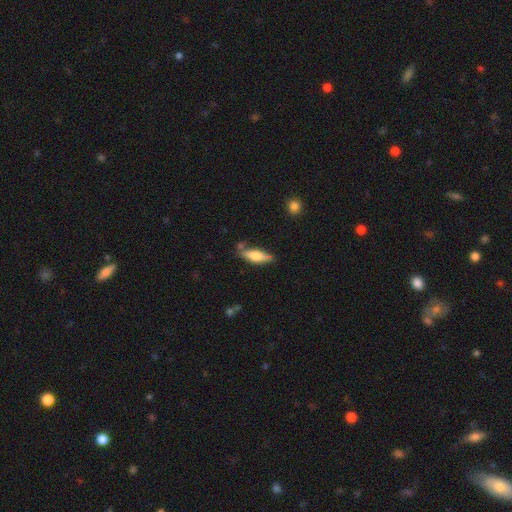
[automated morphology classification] Overall: smooth (58%; featured or disk 35%). How rounded: cigar-shaped (49%, tied with in between). Merging: none (73%).